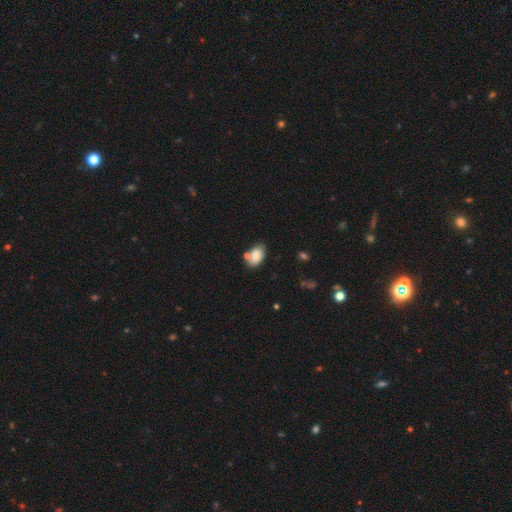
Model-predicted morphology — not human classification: A smooth galaxy with no disk features (81%) that is in between round and cigar-shaped (90%).

Vote fractions:
- Smooth or featured? smooth: 81% / featured or disk: 10% / star or artifact: 8%
- How rounded? in between: 90% / round: 9% / cigar-shaped: 2%
- Merging? none: 55% / merger: 21% / minor disturbance: 19% / major disturbance: 5%